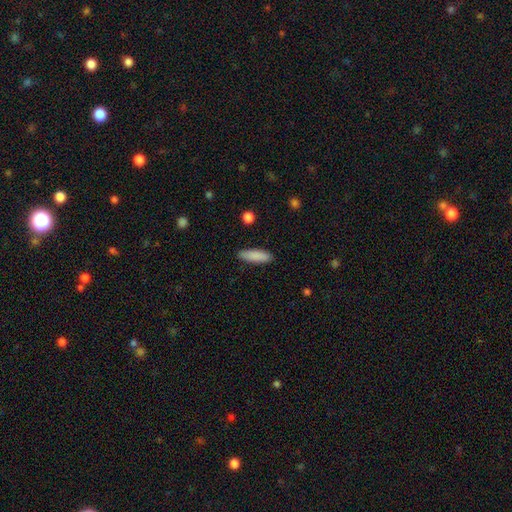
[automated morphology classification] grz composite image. It shows a smooth galaxy with no disk features (88%) that is cigar-shaped (60%). Merging: none (88%).